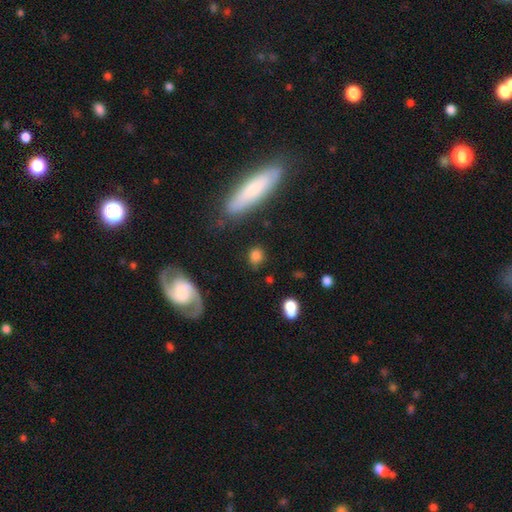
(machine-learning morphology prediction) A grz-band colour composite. It shows a smooth galaxy with no disk features (80%) that is round (61%). Merging: none (77%).